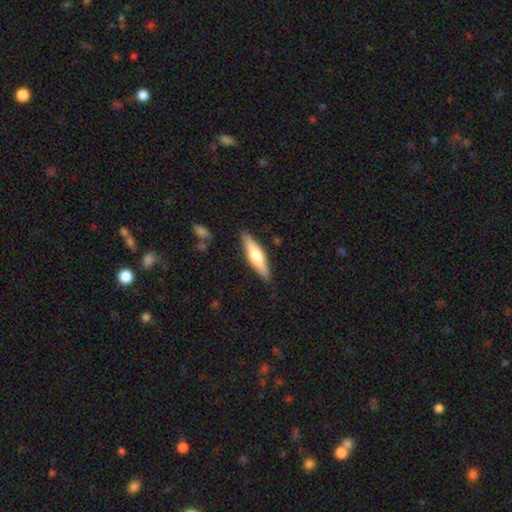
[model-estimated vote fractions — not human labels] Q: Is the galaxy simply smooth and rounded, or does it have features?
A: featured or disk — 49%.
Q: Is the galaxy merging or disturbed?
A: none — 87%.